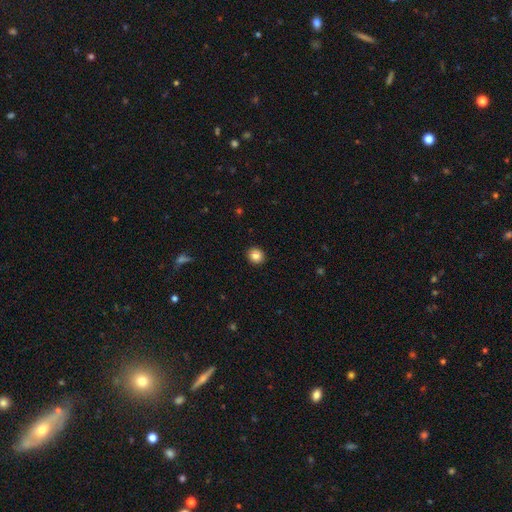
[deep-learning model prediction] A smooth galaxy with no disk features (85%) that is round (90%). Merging: none (93%).